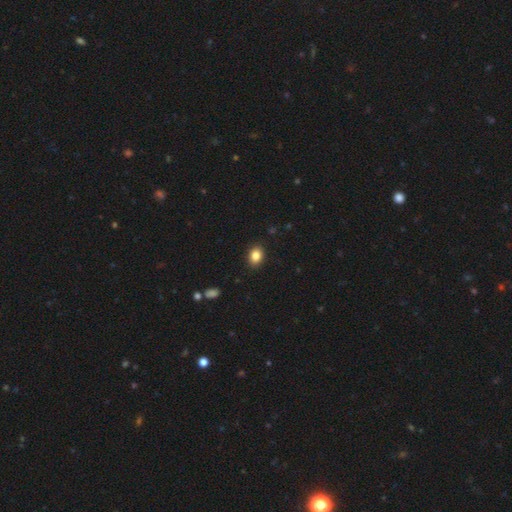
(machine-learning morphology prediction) A smooth galaxy with no disk features (85%) that is in between round and cigar-shaped (72%).

Vote fractions:
- Smooth or featured? smooth: 85% / star or artifact: 9% / featured or disk: 6%
- How rounded? in between: 72% / round: 27% / cigar-shaped: 1%
- Merging? none: 89% / minor disturbance: 8% / major disturbance: 2% / merger: 1%